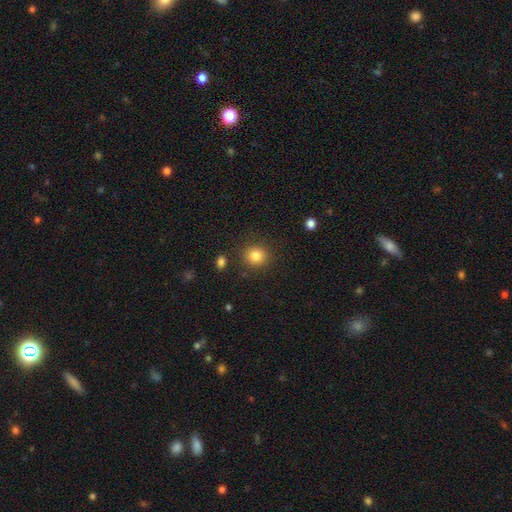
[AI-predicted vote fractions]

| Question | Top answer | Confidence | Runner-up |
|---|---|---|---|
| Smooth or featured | smooth | 84% | star or artifact (11%) |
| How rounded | round | 89% | in between (10%) |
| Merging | none | 87% | minor disturbance (7%) |